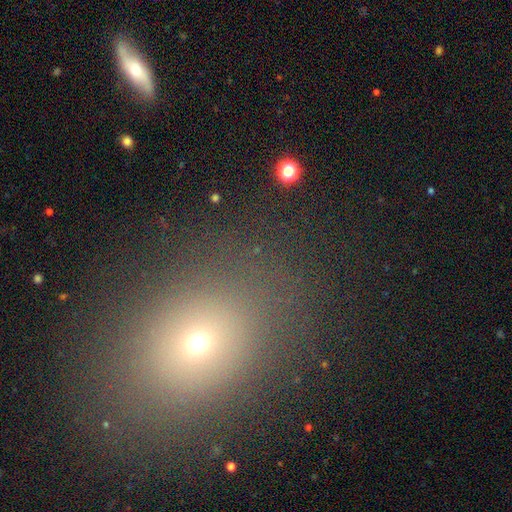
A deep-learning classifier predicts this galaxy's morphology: Smooth or featured: smooth — 59% (star or artifact — 29%)
How rounded: round — 52% (in between — 46%)
Merging: none — 83% (minor disturbance — 9%)